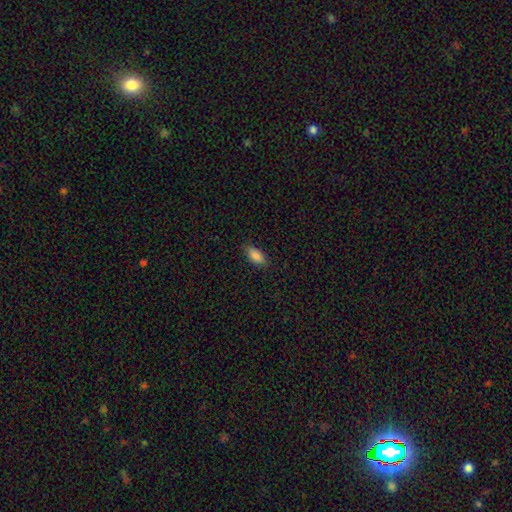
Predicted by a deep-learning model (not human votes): Smooth or featured? smooth (87%)
How rounded? in between (87%)
Merging? none (84%)